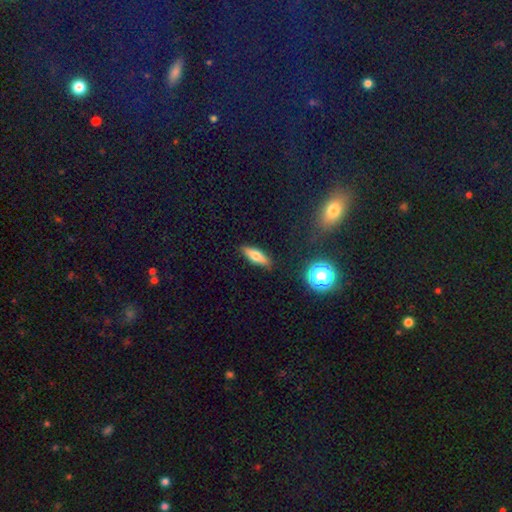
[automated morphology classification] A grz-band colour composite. It shows a smooth galaxy with no disk features (63%) that is cigar-shaped (52%). Merging: none (88%).